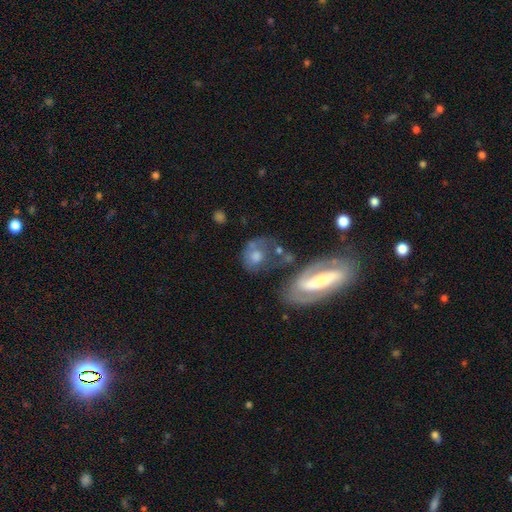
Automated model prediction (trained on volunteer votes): Smooth or featured? Predicted: featured or disk (p=0.47). Merging? Predicted: none (p=0.42).